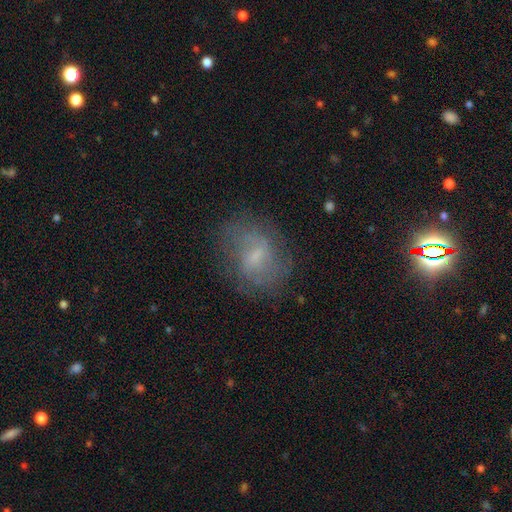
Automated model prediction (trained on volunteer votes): Smooth or featured?
  - featured or disk: 57% *
  - smooth: 32%
  - star or artifact: 11%
Edge-on disk?
  - no: 97% *
  - yes: 3%
Bar?
  - weak: 57% *
  - no: 30%
  - strong: 13%
Spiral arms?
  - yes: 75% *
  - no: 25%
Bulge size?
  - small: 53% *
  - moderate: 26%
  - none: 17%
  - large: 3%
  - dominant: 1%
Merging?
  - none: 66% *
  - minor disturbance: 19%
  - major disturbance: 13%
  - merger: 2%